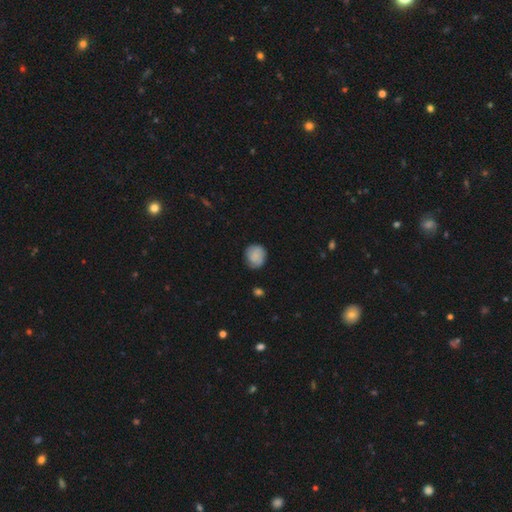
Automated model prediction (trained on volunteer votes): The model was most divided on "merging": none: 73%, minor disturbance: 22%, major disturbance: 4%, merger: 1%. More confident: smooth or featured — smooth (79%); how rounded — round (78%).